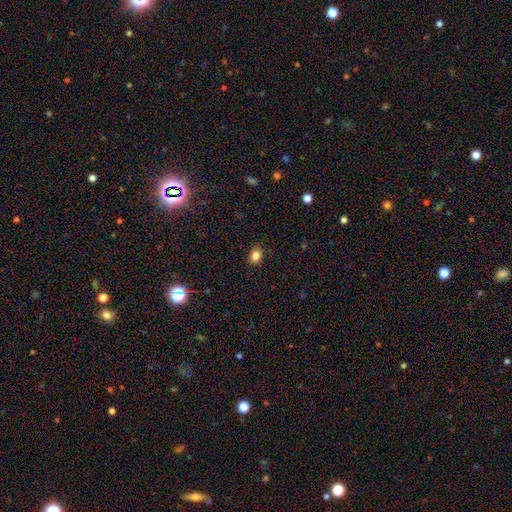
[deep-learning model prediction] A smooth galaxy with no disk features (84%) that is in between round and cigar-shaped (65%).

Vote fractions:
- Smooth or featured? smooth: 84% / star or artifact: 11% / featured or disk: 5%
- How rounded? in between: 65% / round: 34% / cigar-shaped: 1%
- Merging? none: 88% / minor disturbance: 9% / major disturbance: 2% / merger: 1%